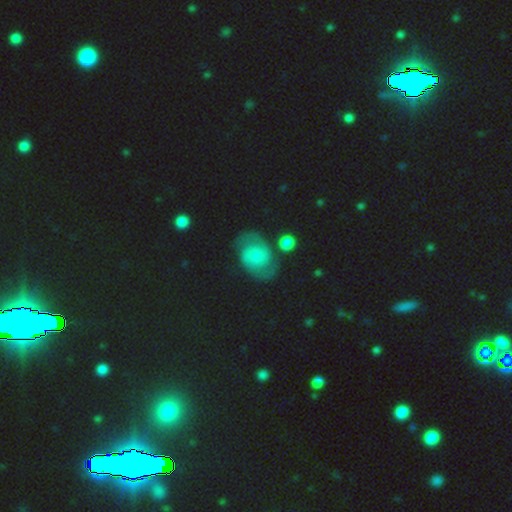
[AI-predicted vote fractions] This appears to be a featured or disk galaxy (75%) with no bar (68%), 2 (92%) medium (51%) spiral arms (94%) and a small central bulge (51%). Merging: none (71%).